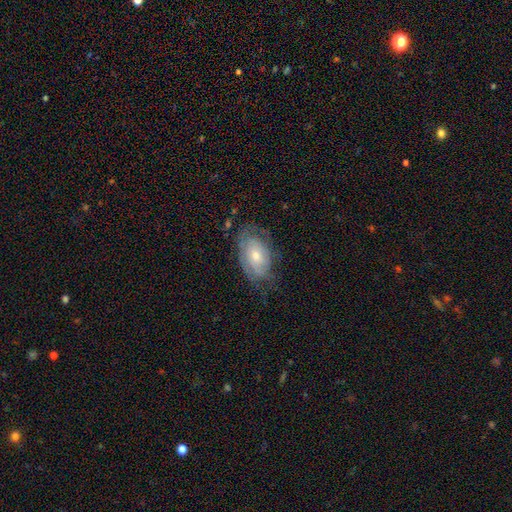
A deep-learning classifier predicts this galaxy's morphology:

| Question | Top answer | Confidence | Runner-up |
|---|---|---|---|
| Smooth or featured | featured or disk | 59% | smooth (33%) |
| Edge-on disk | no | 94% | yes (6%) |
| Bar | no | 79% | weak (18%) |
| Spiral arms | yes | 73% | no (27%) |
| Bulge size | moderate | 53% | small (39%) |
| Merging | none | 63% | minor disturbance (25%) |